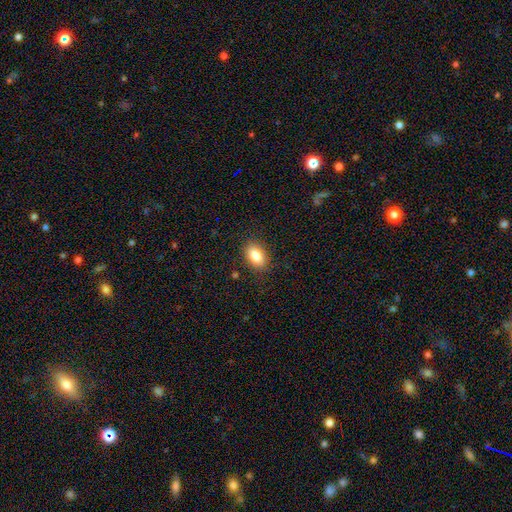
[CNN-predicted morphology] smooth_or_featured: smooth (p=0.86) [alt: star or artifact p=0.08]
how_rounded: in between (p=0.90) [alt: round p=0.09]
merging: none (p=0.87) [alt: minor disturbance p=0.10]